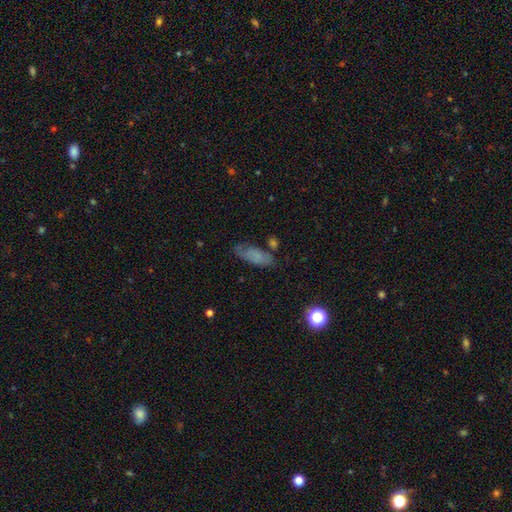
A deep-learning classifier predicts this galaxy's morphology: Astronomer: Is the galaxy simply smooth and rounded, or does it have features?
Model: smooth — 62%.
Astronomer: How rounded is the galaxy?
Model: in between — 73%.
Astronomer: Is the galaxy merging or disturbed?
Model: none — 61%.